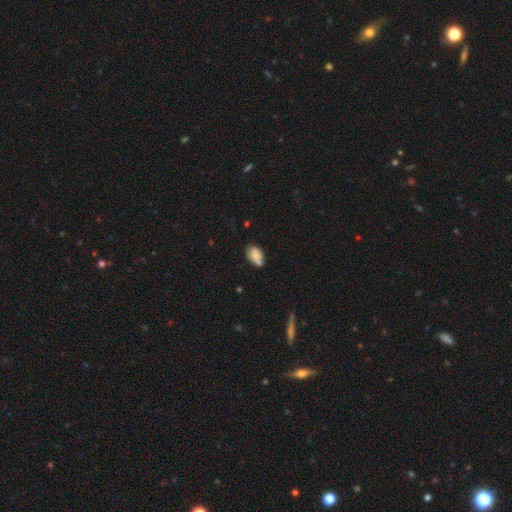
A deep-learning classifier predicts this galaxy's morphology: A smooth galaxy with no disk features (82%) that is in between round and cigar-shaped (90%). Merging: none (55%).